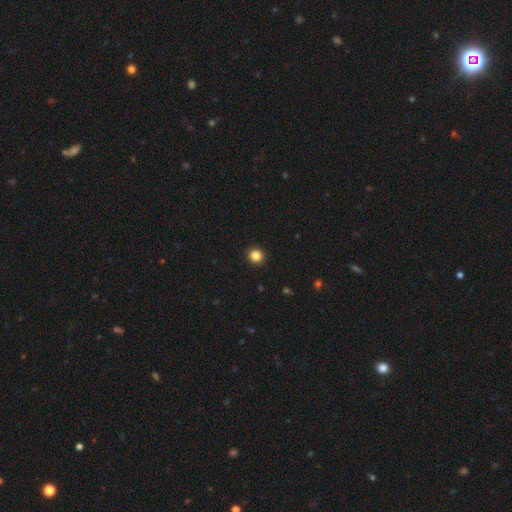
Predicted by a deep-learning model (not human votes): The model was most divided on "smooth or featured": smooth: 85%, star or artifact: 12%, featured or disk: 4%. More confident: how rounded — round (95%); merging — none (94%).